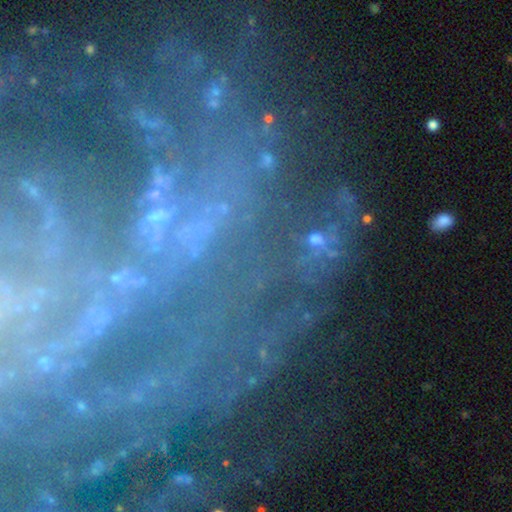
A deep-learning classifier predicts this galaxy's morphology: This appears to be a featured or disk galaxy (62%) with no bar (48%), spiral arms (81%) and a small central bulge (56%). Merging: none (61%).